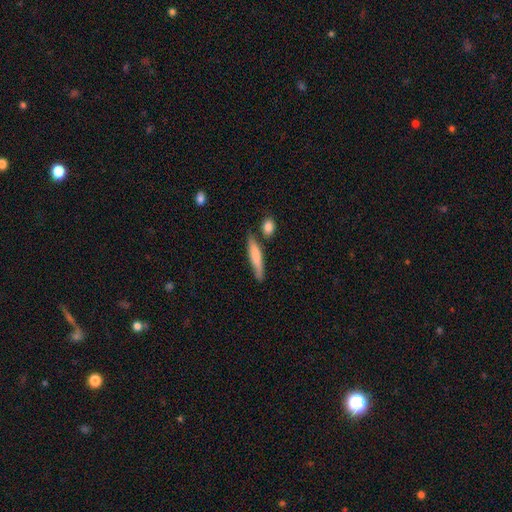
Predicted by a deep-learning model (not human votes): smooth-or-featured: smooth: 70% | featured or disk: 24% | star or artifact: 6%
  how-rounded: cigar-shaped: 86% | in between: 12% | round: 2%
  merging: none: 69% | minor disturbance: 18% | merger: 9% | major disturbance: 4%